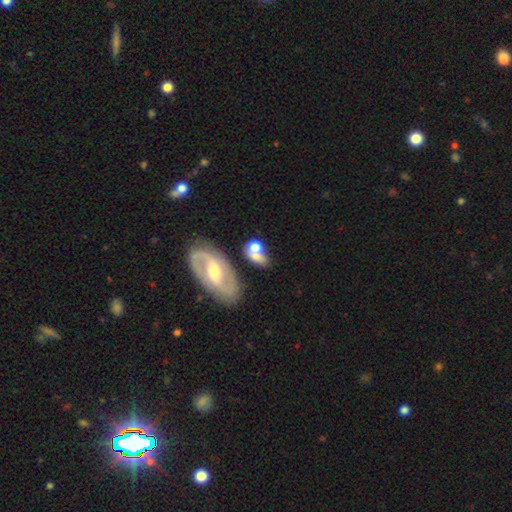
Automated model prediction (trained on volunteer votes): smooth_or_featured: smooth (p=0.58) [alt: featured or disk p=0.33]
how_rounded: in between (p=0.62) [alt: round p=0.34]
merging: none (p=0.47) [alt: merger p=0.28]